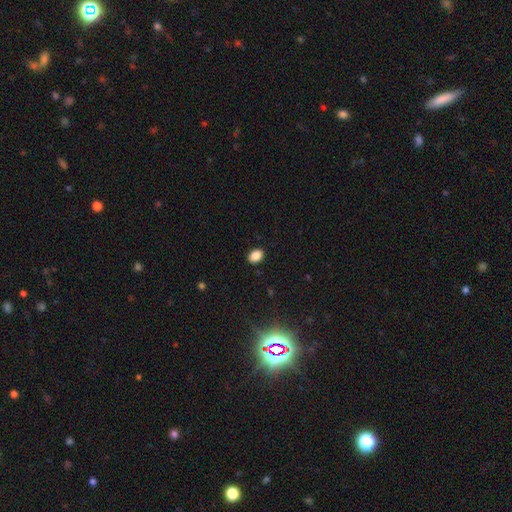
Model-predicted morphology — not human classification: Overall: smooth (87%). How rounded: in between (73%). Merging: none (89%).